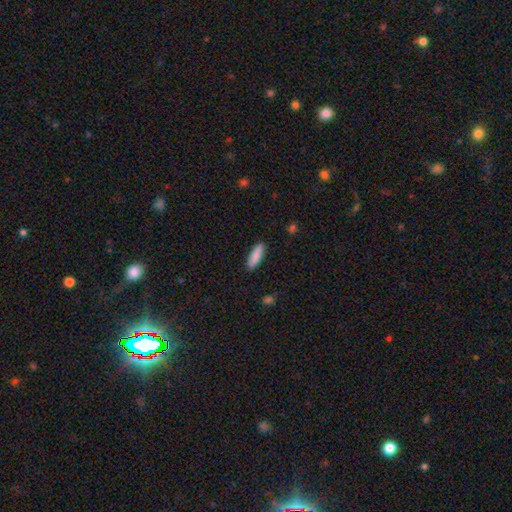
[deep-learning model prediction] A smooth galaxy with no disk features (88%) that is cigar-shaped (56%). Merging: none (89%).